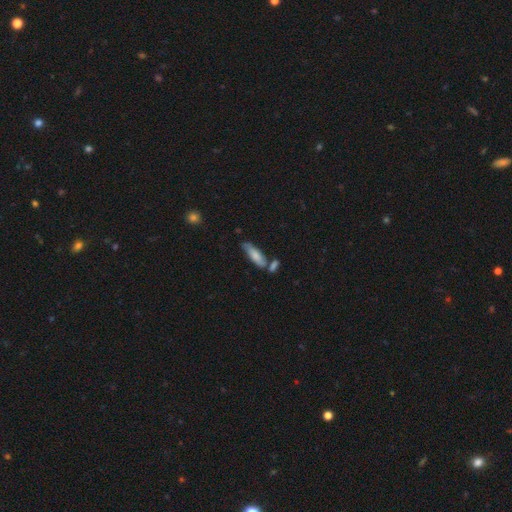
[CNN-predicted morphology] Overall: smooth (73%). How rounded: cigar-shaped (54%; in between 44%). Merging: none (53%; merger 21%).